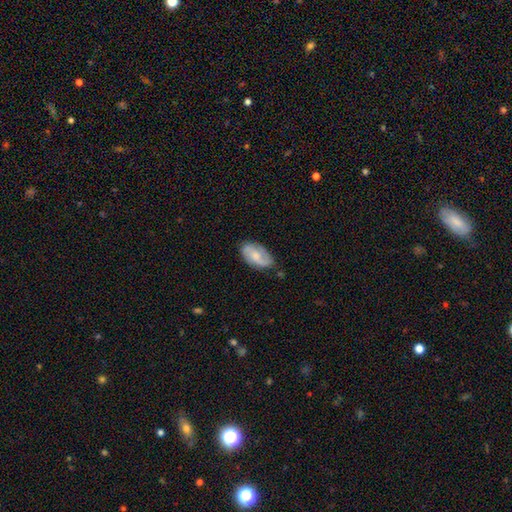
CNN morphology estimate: This is possibly a featured or disk galaxy (53%). It is clearly not viewed edge-on (95%). Bar: possibly no (56%). Spiral arm pattern: clearly yes (87%). Central bulge: possibly moderate (46%). Merging: likely none (74%).